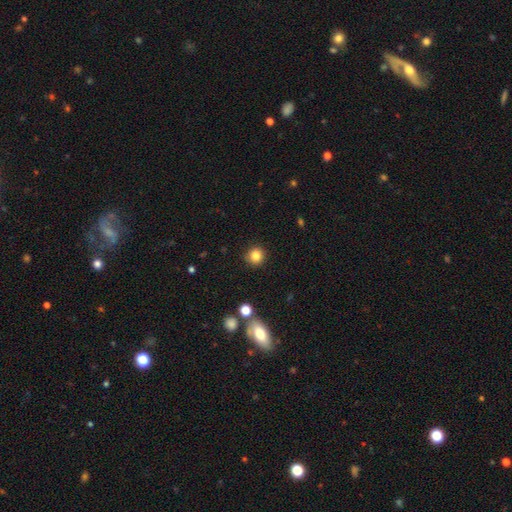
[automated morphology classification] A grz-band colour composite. It shows a smooth galaxy with no disk features (83%) that is round (92%). Merging: none (90%).